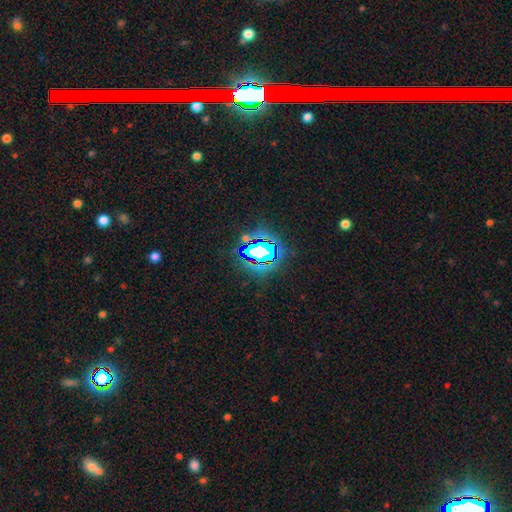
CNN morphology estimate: This is likely a star or artifact rather than a galaxy (69%).